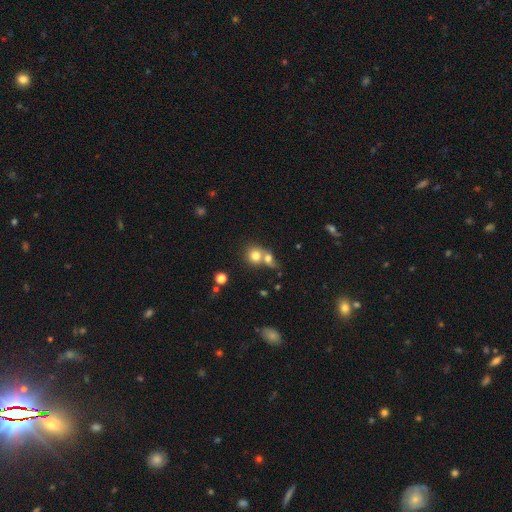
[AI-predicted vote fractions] This appears to be a smooth galaxy with no disk features (76%) that is round (82%). Merging: merger (53%).